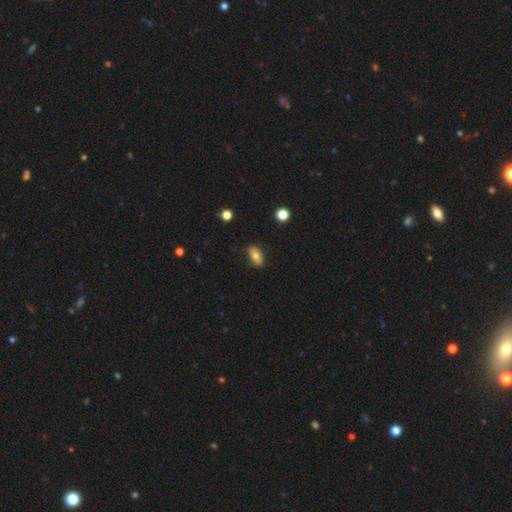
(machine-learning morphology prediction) This is likely a smooth galaxy (74%). How rounded: clearly in between (87%). Merging: clearly none (83%).